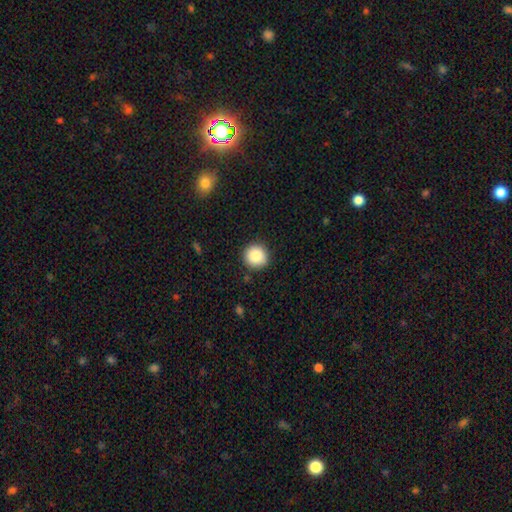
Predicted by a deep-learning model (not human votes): Q: Smooth or featured?
A: smooth (86%); runner-up: star or artifact (9%)
Q: How rounded?
A: round (93%); runner-up: in between (6%)
Q: Merging?
A: none (90%); runner-up: minor disturbance (7%)